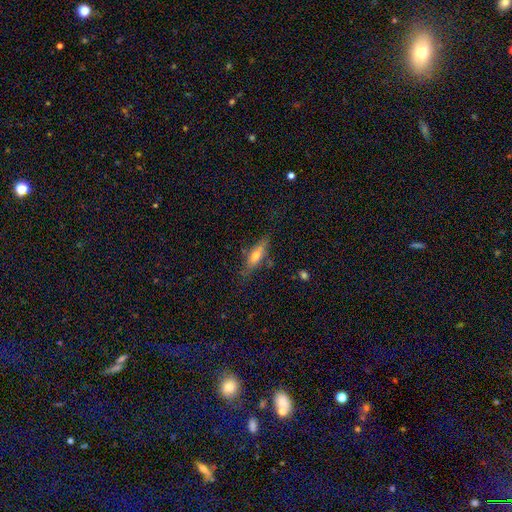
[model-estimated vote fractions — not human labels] smooth 54%, featured or disk 38%, star or artifact 8%. Down the decision tree: how rounded — cigar-shaped (49%); merging — none (71%).